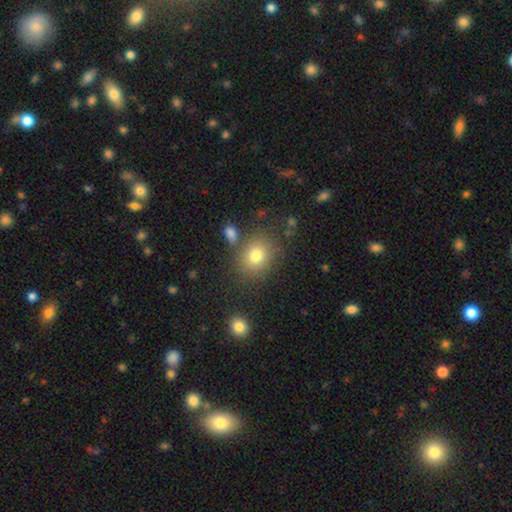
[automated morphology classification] smooth_or_featured: smooth (p=0.78) [alt: star or artifact p=0.12]
how_rounded: round (p=0.61) [alt: in between p=0.38]
merging: none (p=0.75) [alt: minor disturbance p=0.12]